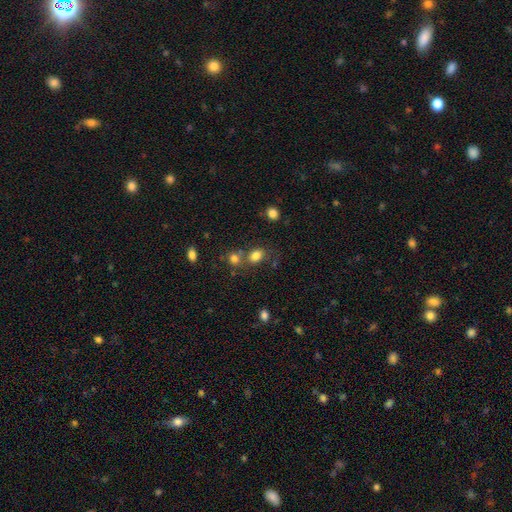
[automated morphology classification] Smooth or featured?
  - smooth: 80% *
  - star or artifact: 13%
  - featured or disk: 7%
How rounded?
  - in between: 62% *
  - round: 37%
  - cigar-shaped: 1%
Merging?
  - none: 55% *
  - merger: 27%
  - minor disturbance: 13%
  - major disturbance: 5%